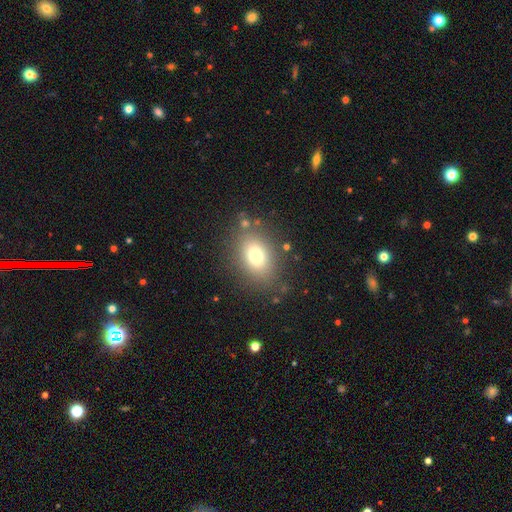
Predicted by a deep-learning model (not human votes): smooth 74%, featured or disk 13%, star or artifact 13%. Down the decision tree: how rounded — in between (68%); merging — none (80%).